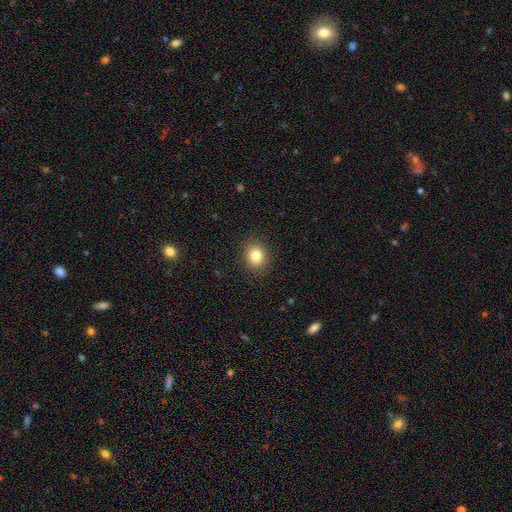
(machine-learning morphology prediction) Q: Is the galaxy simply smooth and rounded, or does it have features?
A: smooth — 82%.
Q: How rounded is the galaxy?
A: round — 65%.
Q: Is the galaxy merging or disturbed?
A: none — 89%.